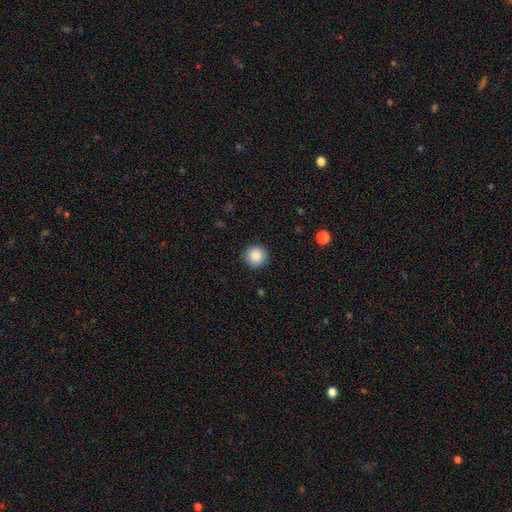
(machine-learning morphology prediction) This is clearly a smooth galaxy (88%). How rounded: clearly round (95%). Merging: clearly none (91%).